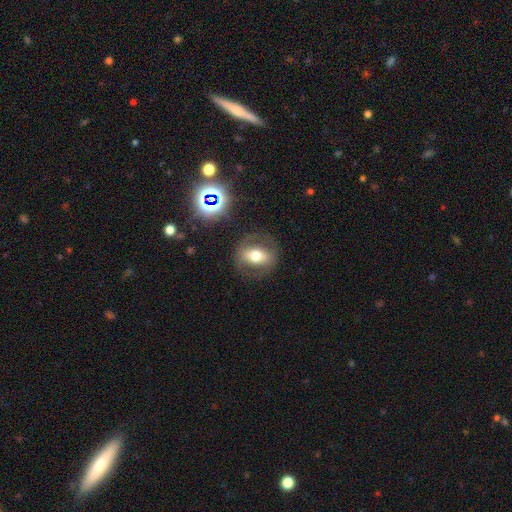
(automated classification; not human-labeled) Smooth or featured? Predicted: featured or disk (p=0.50). Edge-on disk? Predicted: no (p=0.83). Merging? Predicted: none (p=0.78).